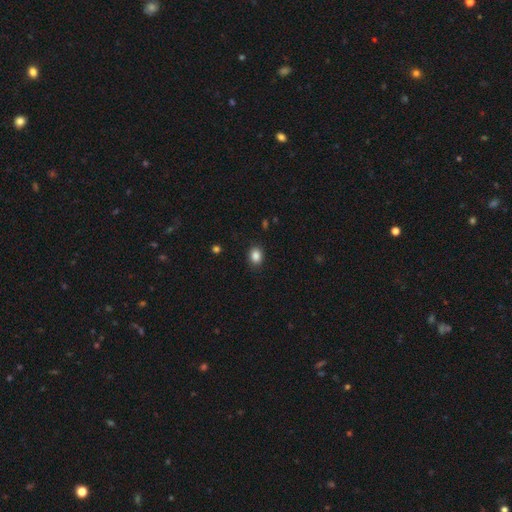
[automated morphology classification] A smooth galaxy with no disk features (86%) that is in between round and cigar-shaped (58%). Merging: none (87%).